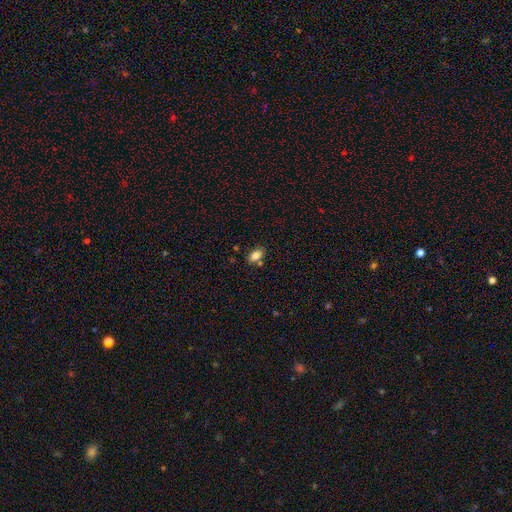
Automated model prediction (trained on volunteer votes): Smooth or featured? smooth (83%)
How rounded? in between (90%)
Merging? none (75%)